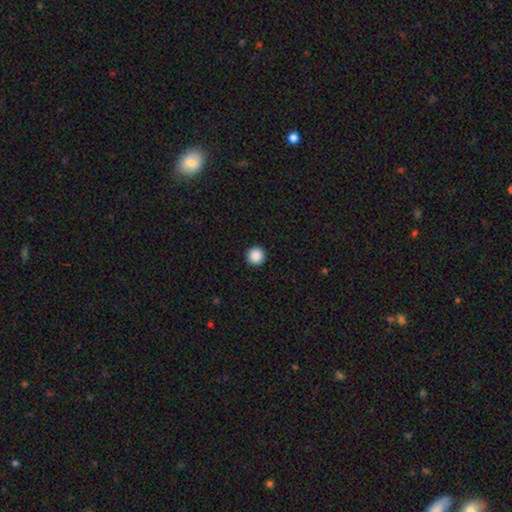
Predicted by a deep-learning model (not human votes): This is clearly a smooth galaxy (88%). How rounded: clearly round (96%). Merging: clearly none (94%).